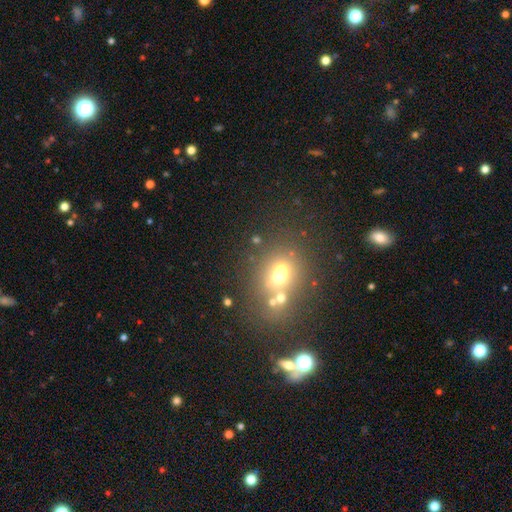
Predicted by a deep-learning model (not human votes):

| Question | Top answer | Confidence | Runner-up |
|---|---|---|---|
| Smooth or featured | smooth | 46% | star or artifact (37%) |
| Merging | none | 54% | merger (28%) |